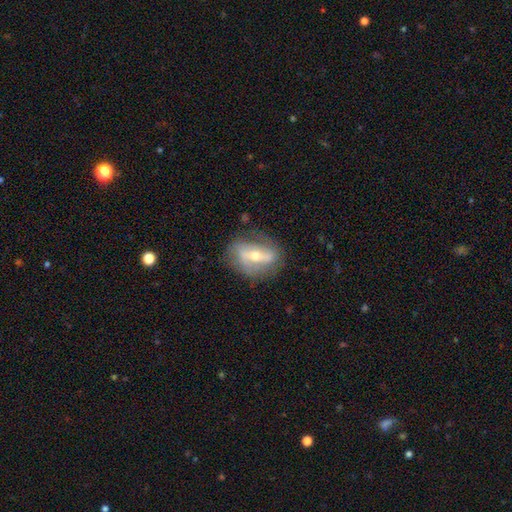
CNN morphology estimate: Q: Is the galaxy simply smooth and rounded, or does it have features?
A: featured or disk — 70%.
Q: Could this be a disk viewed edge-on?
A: no — 82%.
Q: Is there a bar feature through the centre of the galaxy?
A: strong — 56%.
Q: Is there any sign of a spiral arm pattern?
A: yes — 62%.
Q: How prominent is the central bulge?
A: moderate — 60%.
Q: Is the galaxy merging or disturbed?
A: none — 71%.